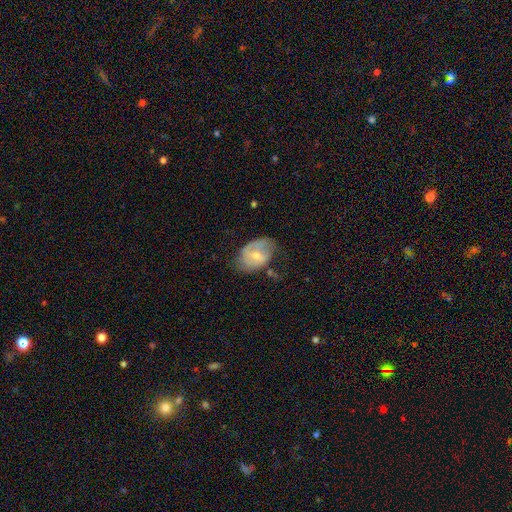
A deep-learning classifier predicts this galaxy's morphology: Smooth or featured? Predicted: featured or disk (p=0.52). Edge-on disk? Predicted: no (p=0.94). Merging? Predicted: none (p=0.49).